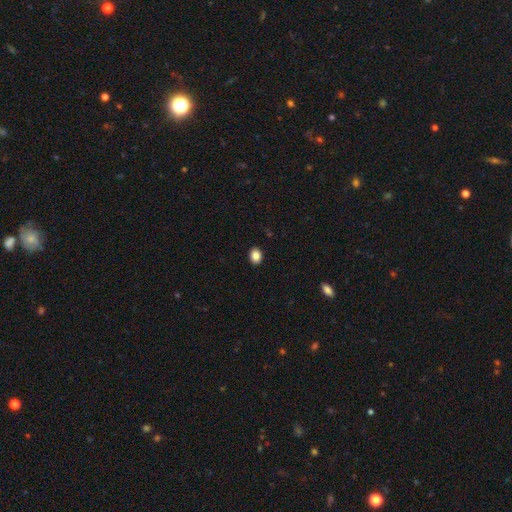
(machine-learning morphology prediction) smooth 87%, star or artifact 9%, featured or disk 4%. Down the decision tree: how rounded — in between (59%); merging — none (91%).